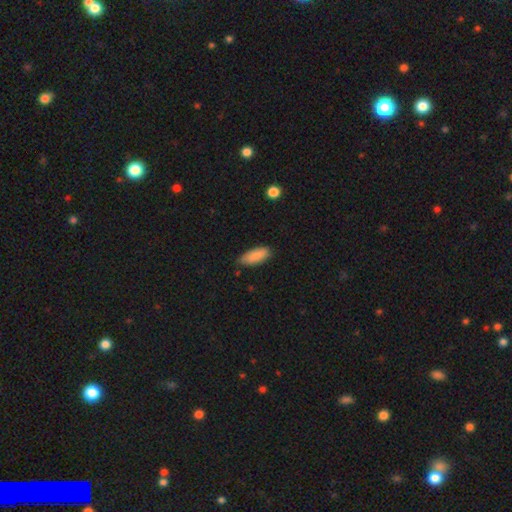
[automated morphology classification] smooth 85%, featured or disk 9%, star or artifact 6%. Down the decision tree: how rounded — in between (78%); merging — none (79%).